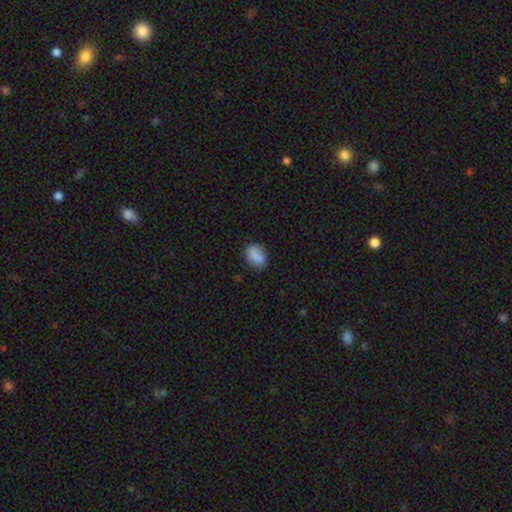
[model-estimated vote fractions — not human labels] Smooth or featured: smooth — 84% (star or artifact — 9%)
How rounded: in between — 73% (round — 24%)
Merging: none — 77% (minor disturbance — 18%)